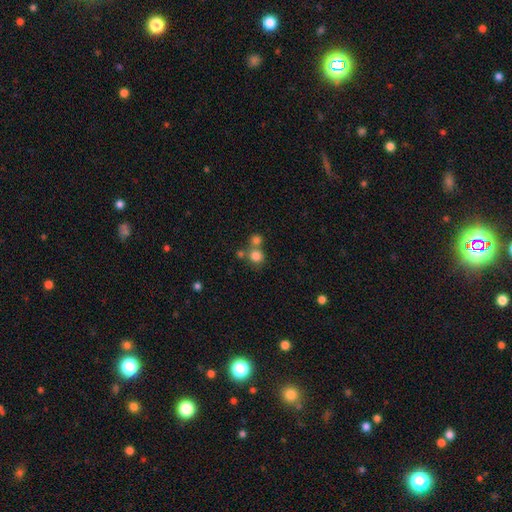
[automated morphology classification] smooth_or_featured: smooth (p=0.79) [alt: star or artifact p=0.13]
how_rounded: round (p=0.88) [alt: in between p=0.11]
merging: none (p=0.55) [alt: merger p=0.34]